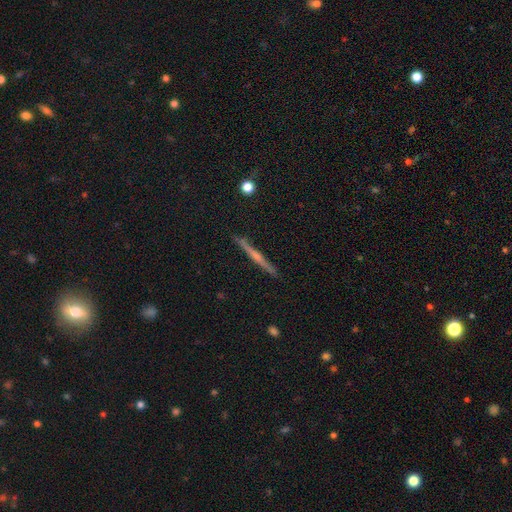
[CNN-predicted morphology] Q: Smooth or featured?
A: featured or disk (70%); runner-up: smooth (24%)
Q: Edge-on disk?
A: yes (98%); runner-up: no (2%)
Q: Edge-on bulge?
A: rounded (58%); runner-up: none (34%)
Q: Merging?
A: none (91%); runner-up: minor disturbance (7%)